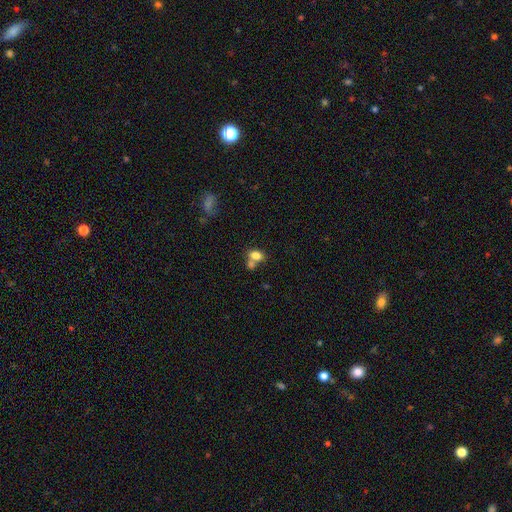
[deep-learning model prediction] Smooth or featured? Predicted: smooth (p=0.79). How rounded? Predicted: in between (p=0.80). Merging? Predicted: merger (p=0.42).